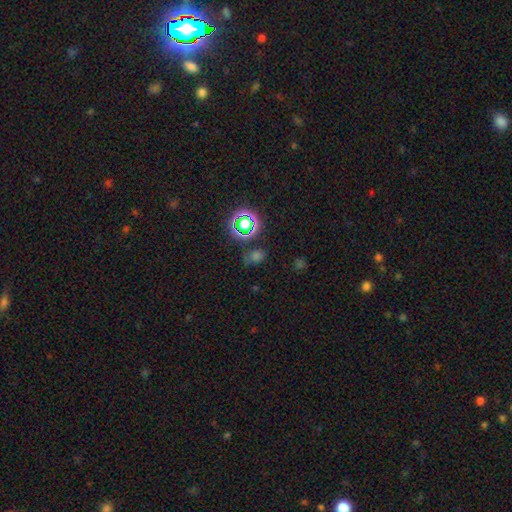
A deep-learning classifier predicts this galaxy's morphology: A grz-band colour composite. It shows a star or artifact, not a galaxy (51%).